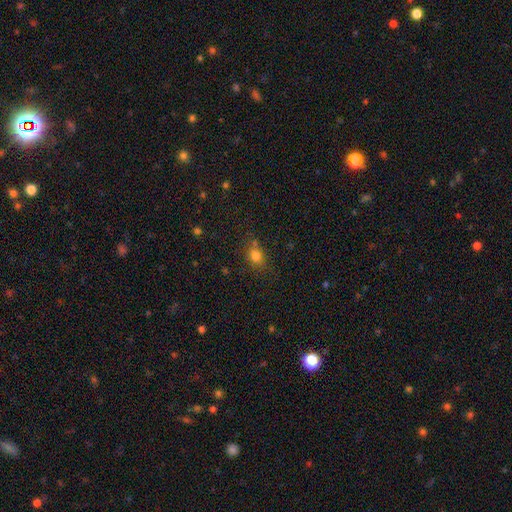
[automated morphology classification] This is likely a smooth galaxy (77%). How rounded: possibly round (50%). Merging: likely none (69%).